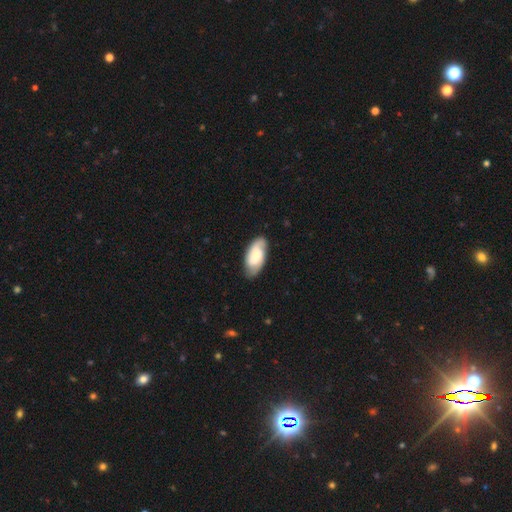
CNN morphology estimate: smooth-or-featured: smooth: 49% | featured or disk: 45% | star or artifact: 6%
  merging: none: 81% | minor disturbance: 14% | major disturbance: 3% | merger: 1%